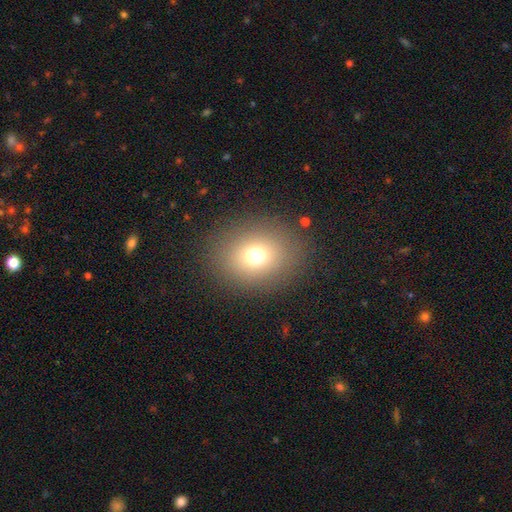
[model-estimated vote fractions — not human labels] smooth 70%, star or artifact 19%, featured or disk 11%. Down the decision tree: how rounded — round (70%); merging — none (87%).